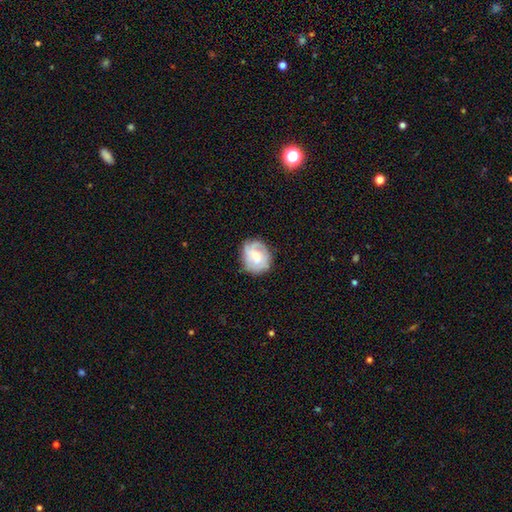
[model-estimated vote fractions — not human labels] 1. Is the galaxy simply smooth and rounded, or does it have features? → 57% featured or disk, 36% smooth, 7% star or artifact.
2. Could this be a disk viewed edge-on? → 97% no, 3% yes.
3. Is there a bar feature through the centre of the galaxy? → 58% no, 35% weak, 7% strong.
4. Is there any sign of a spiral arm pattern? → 82% yes, 18% no.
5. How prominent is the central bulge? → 55% moderate, 39% small, 3% large, 1% none, 1% dominant.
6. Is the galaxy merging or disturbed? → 73% none, 20% minor disturbance, 6% major disturbance, 1% merger.